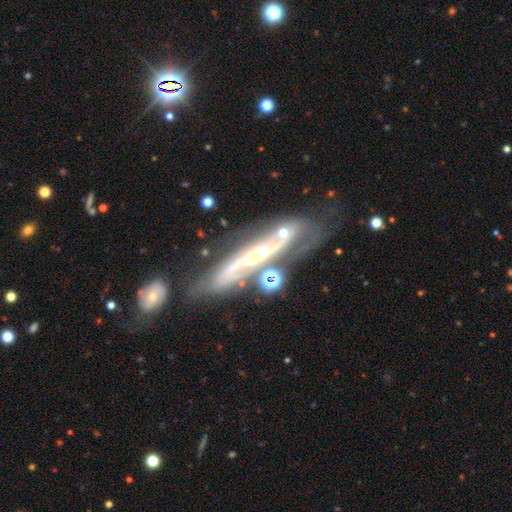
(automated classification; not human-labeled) Morphology: type=featured or disk (72%); edge-on=yes (59%); merging=none (44%).